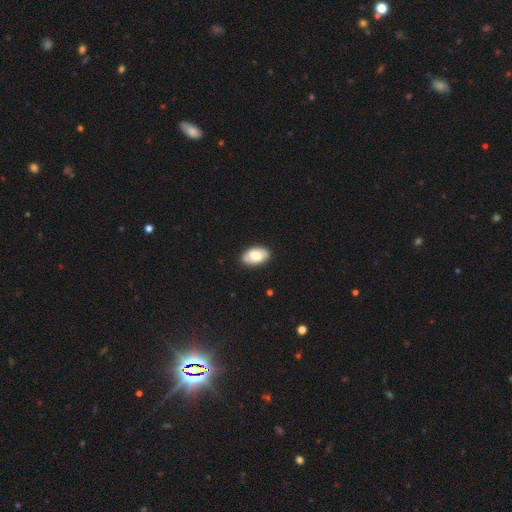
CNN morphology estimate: This is likely a smooth galaxy (75%). How rounded: clearly in between (94%). Merging: clearly none (86%).